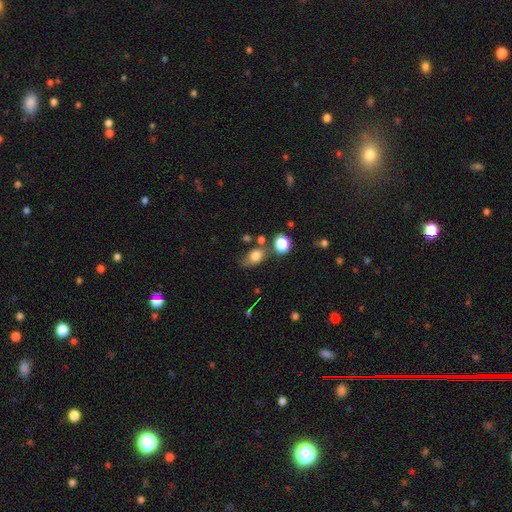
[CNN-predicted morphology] The model was most divided on "merging": none: 56%, minor disturbance: 24%, merger: 11%, major disturbance: 9%. More confident: smooth or featured — smooth (78%); how rounded — in between (73%).